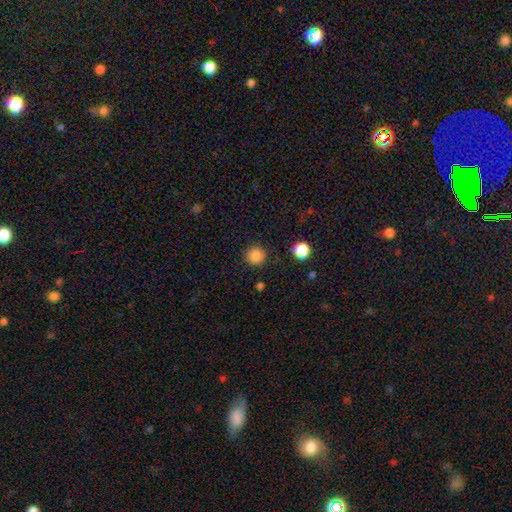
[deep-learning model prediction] Morphology: type=smooth (86%); roundness=round (95%); merging=none (90%).